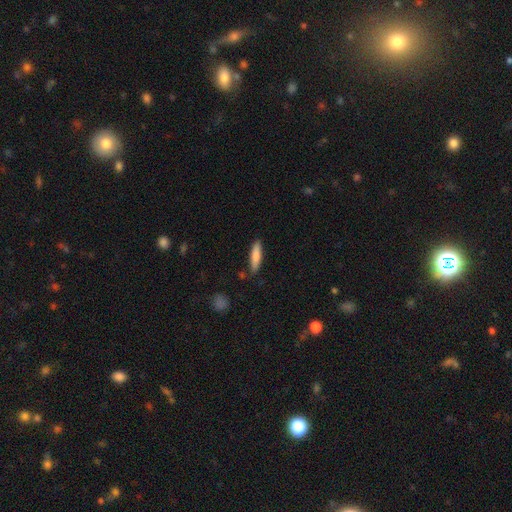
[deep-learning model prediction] smooth-or-featured: smooth: 80% | featured or disk: 14% | star or artifact: 6%
  how-rounded: cigar-shaped: 77% | in between: 22% | round: 1%
  merging: none: 85% | minor disturbance: 11% | merger: 2% | major disturbance: 2%